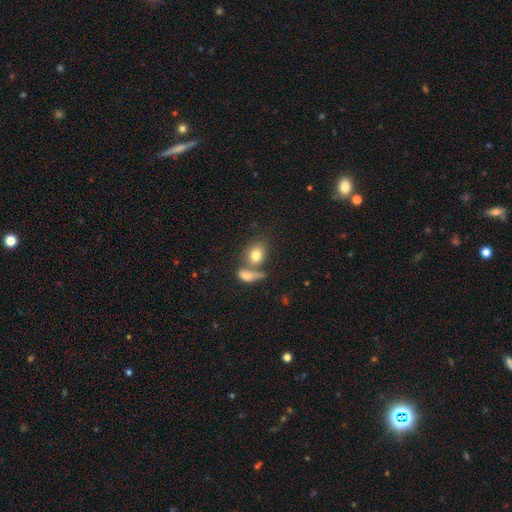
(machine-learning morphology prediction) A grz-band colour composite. It shows a smooth galaxy with no disk features (79%) that is in between round and cigar-shaped (55%). Merging: merger (44%).